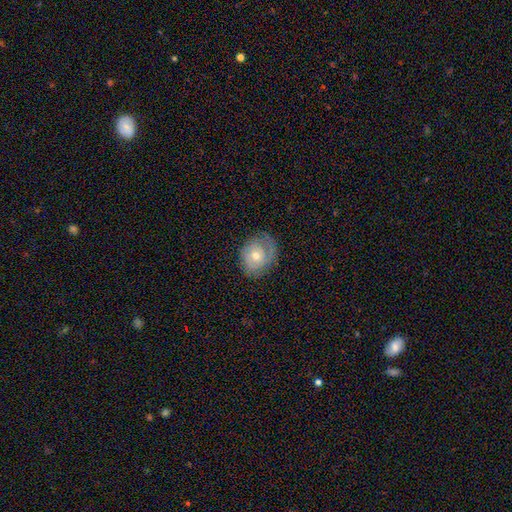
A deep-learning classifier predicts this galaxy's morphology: Smooth or featured? featured or disk (55%)
Edge-on disk? no (96%)
Bar? no (79%)
Spiral arms? yes (66%)
Bulge size? moderate (56%)
Merging? none (68%)